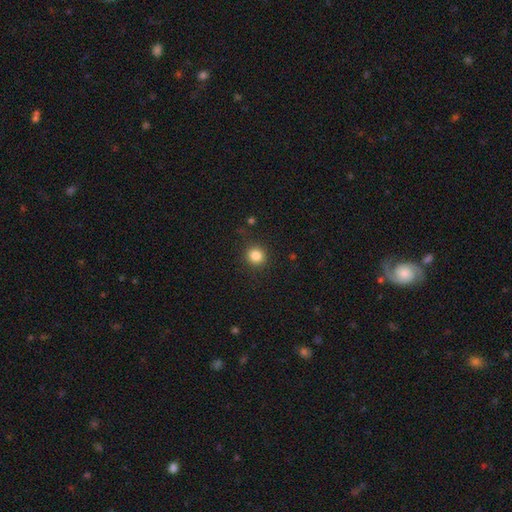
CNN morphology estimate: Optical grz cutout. It shows a smooth galaxy with no disk features (84%) that is round (90%). Merging: none (89%).